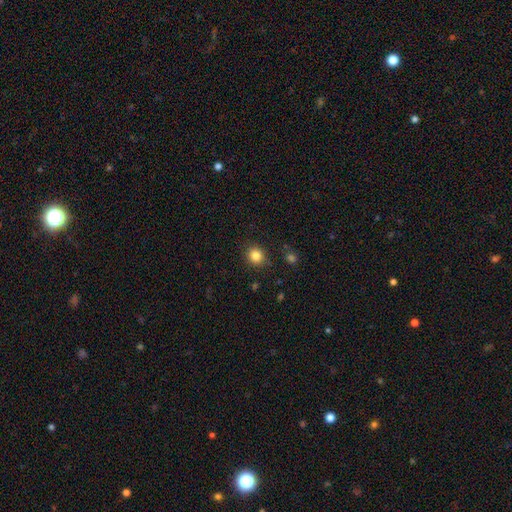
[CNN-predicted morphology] A smooth galaxy with no disk features (84%) that is round (81%). Merging: none (88%).